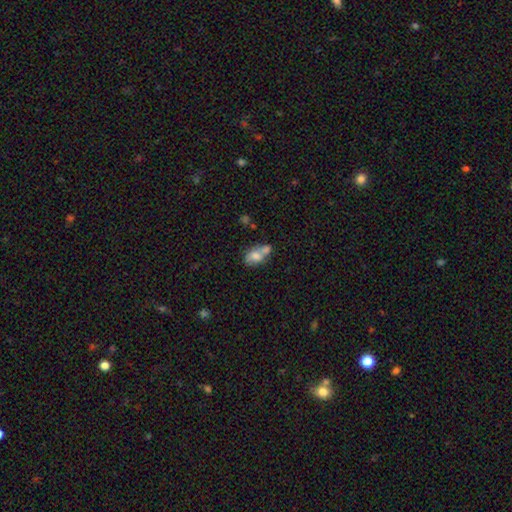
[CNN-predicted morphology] This appears to be a smooth galaxy with no disk features (65%) that is in between round and cigar-shaped (81%). Merging: merger (50%).